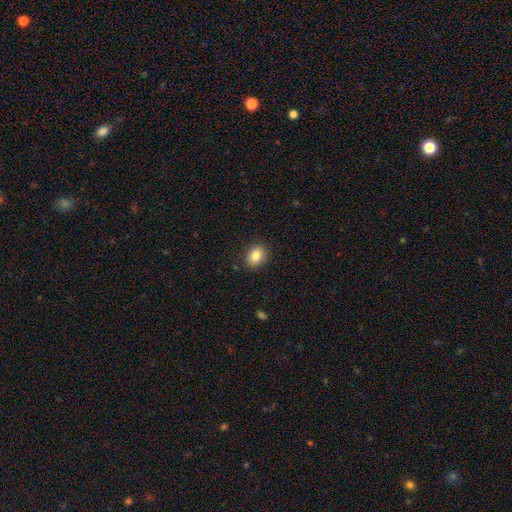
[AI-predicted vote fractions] smooth 84%, star or artifact 9%, featured or disk 7%. Down the decision tree: how rounded — round (51%); merging — none (88%).